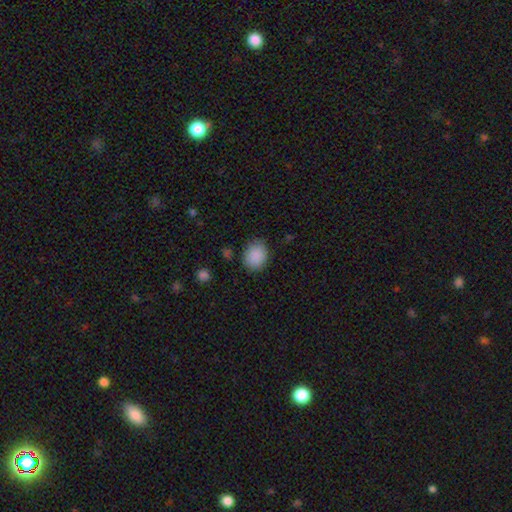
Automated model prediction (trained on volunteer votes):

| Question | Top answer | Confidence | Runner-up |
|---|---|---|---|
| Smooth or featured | smooth | 88% | star or artifact (8%) |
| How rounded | round | 52% | in between (47%) |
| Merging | none | 80% | minor disturbance (15%) |